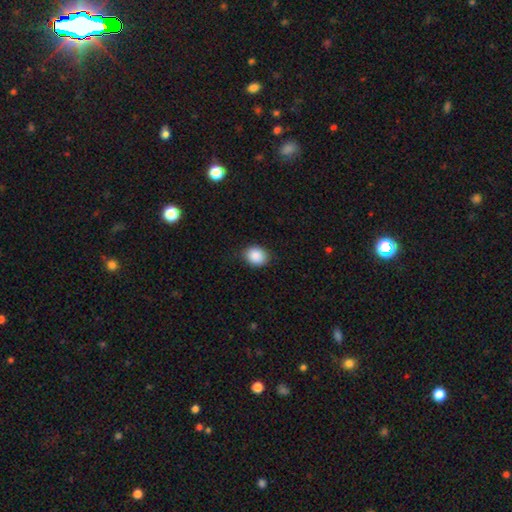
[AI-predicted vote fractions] smooth_or_featured: smooth (p=0.89) [alt: star or artifact p=0.08]
how_rounded: round (p=0.54) [alt: in between p=0.45]
merging: none (p=0.85) [alt: minor disturbance p=0.11]